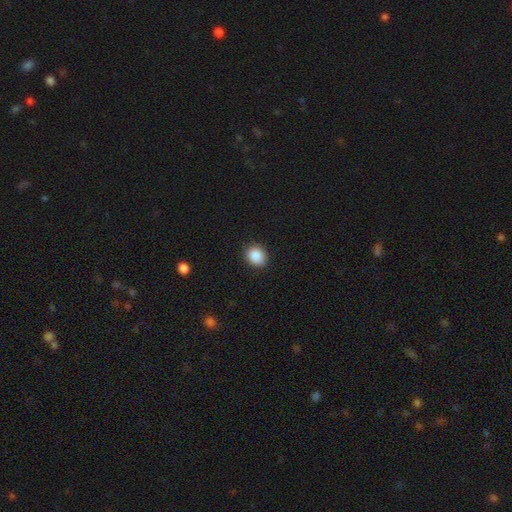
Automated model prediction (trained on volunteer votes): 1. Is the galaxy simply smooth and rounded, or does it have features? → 89% smooth, 8% star or artifact, 3% featured or disk.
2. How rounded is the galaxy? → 61% round, 38% in between, 1% cigar-shaped.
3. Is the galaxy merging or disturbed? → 90% none, 7% minor disturbance, 2% major disturbance, 1% merger.